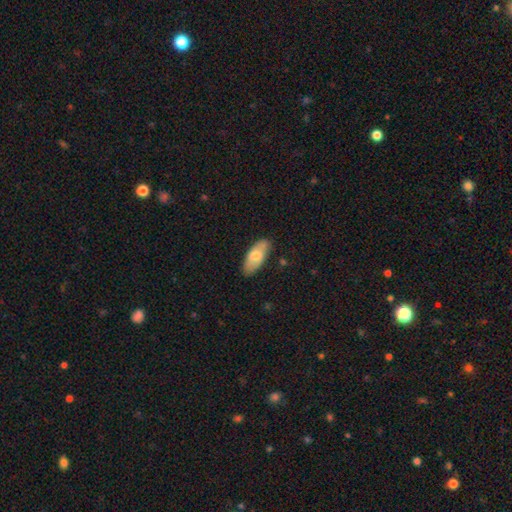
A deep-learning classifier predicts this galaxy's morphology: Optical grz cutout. It shows a smooth galaxy with no disk features (69%) that is in between round and cigar-shaped (86%). Merging: none (83%).